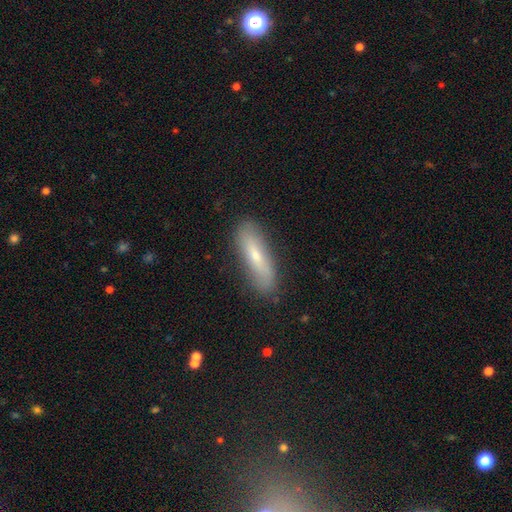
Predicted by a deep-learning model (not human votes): Overall: smooth (58%; featured or disk 35%). How rounded: cigar-shaped (64%; in between 33%). Merging: none (82%).